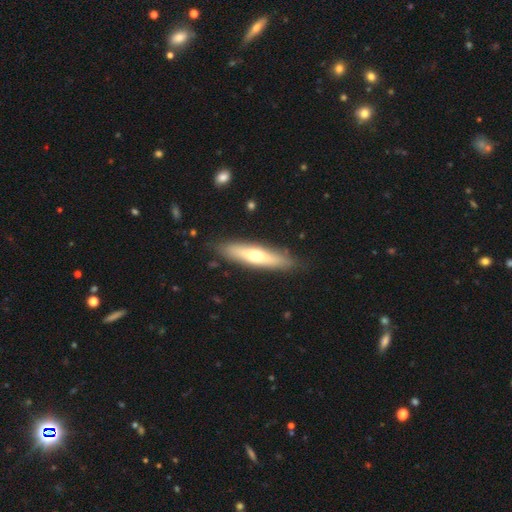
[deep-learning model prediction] The model was most divided on "smooth or featured": smooth: 51%, featured or disk: 43%, star or artifact: 5%. More confident: merging — none (87%); how rounded — cigar-shaped (78%).